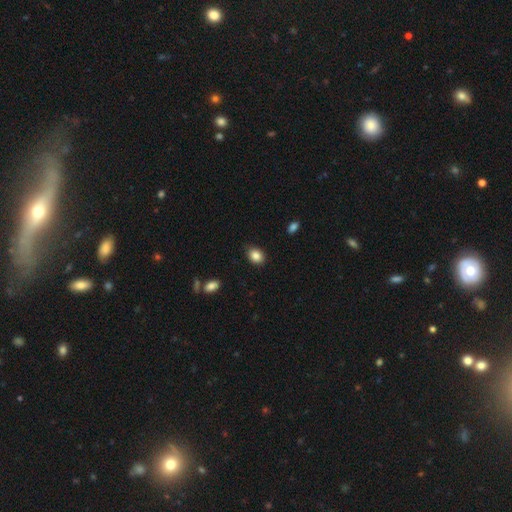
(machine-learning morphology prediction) The model was most divided on "how rounded": in between: 64%, round: 35%, cigar-shaped: 1%. More confident: smooth or featured — smooth (86%); merging — none (82%).